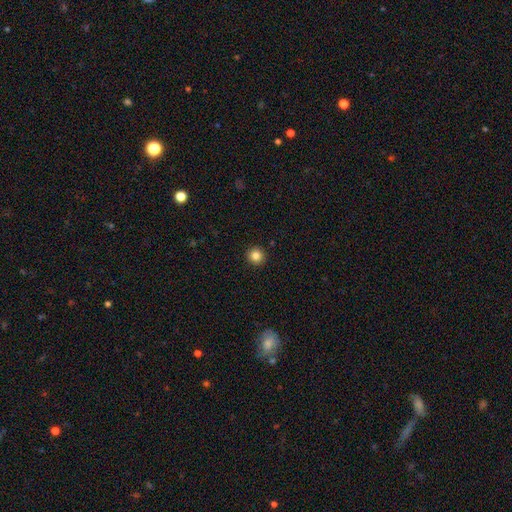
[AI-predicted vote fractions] Morphology: type=smooth (84%); roundness=round (95%); merging=none (93%).